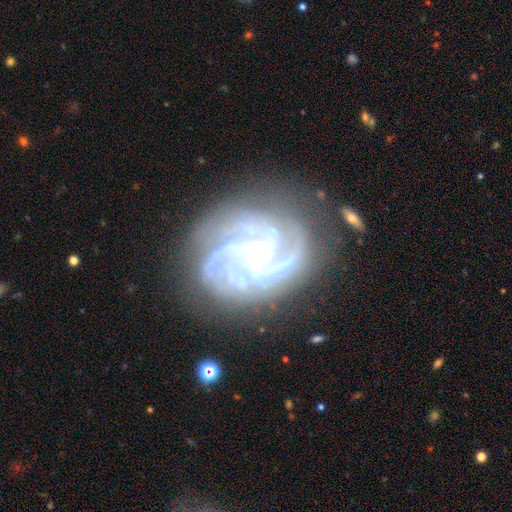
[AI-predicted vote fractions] smooth_or_featured: featured or disk (p=0.89) [alt: star or artifact p=0.07]
disk_edge_on: no (p=0.98) [alt: yes p=0.02]
bar: no (p=0.59) [alt: weak p=0.29]
has_spiral_arms: yes (p=0.99) [alt: no p=0.01]
spiral_winding: tight (p=0.62) [alt: medium p=0.34]
spiral_arm_count: 4 (p=0.43) [alt: 3 p=0.20]
bulge_size: small (p=0.78) [alt: moderate p=0.11]
merging: none (p=0.75) [alt: minor disturbance p=0.16]